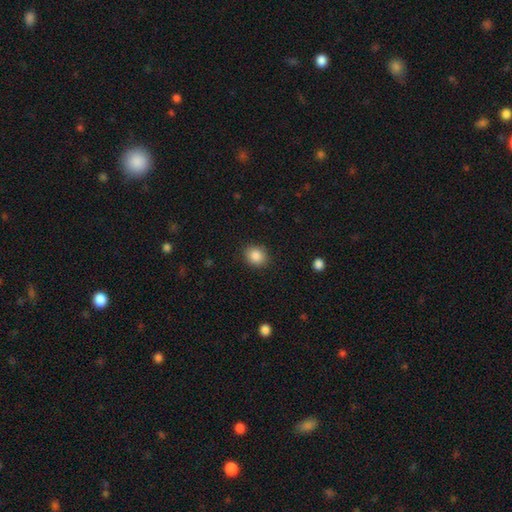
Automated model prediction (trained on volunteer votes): This appears to be a smooth galaxy with no disk features (87%) that is round (65%). Merging: none (88%).